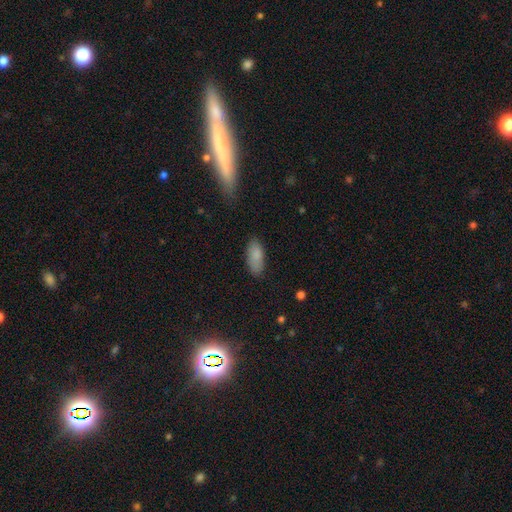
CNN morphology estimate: The model was most divided on "merging": none: 81%, minor disturbance: 14%, major disturbance: 3%, merger: 1%. More confident: smooth or featured — smooth (86%); how rounded — in between (86%).